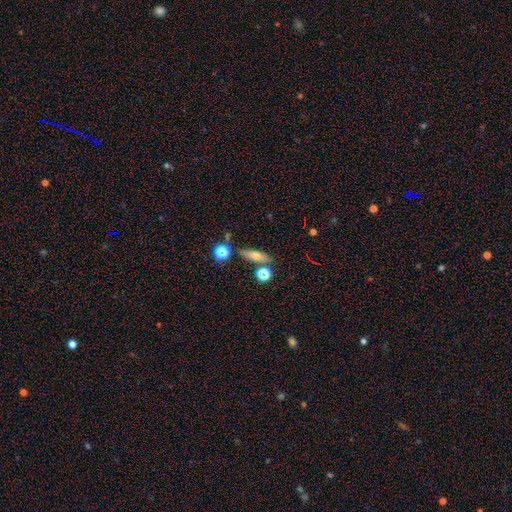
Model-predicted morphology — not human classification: Smooth or featured? Predicted: smooth (p=0.55). How rounded? Predicted: in between (p=0.45, tied with cigar-shaped). Merging? Predicted: none (p=0.76).